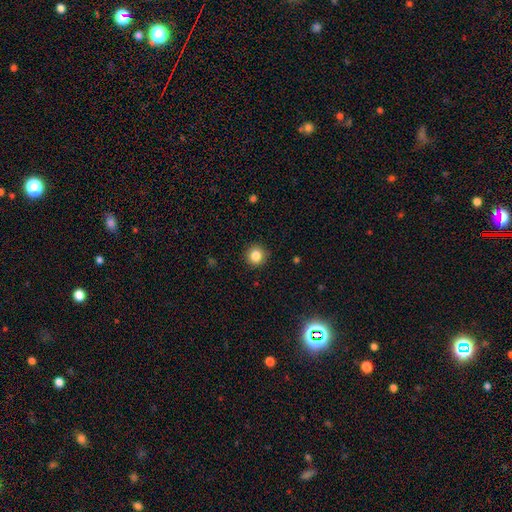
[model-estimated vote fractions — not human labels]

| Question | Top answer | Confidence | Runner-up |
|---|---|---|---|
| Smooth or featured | smooth | 85% | star or artifact (10%) |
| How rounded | round | 93% | in between (6%) |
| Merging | none | 91% | minor disturbance (6%) |